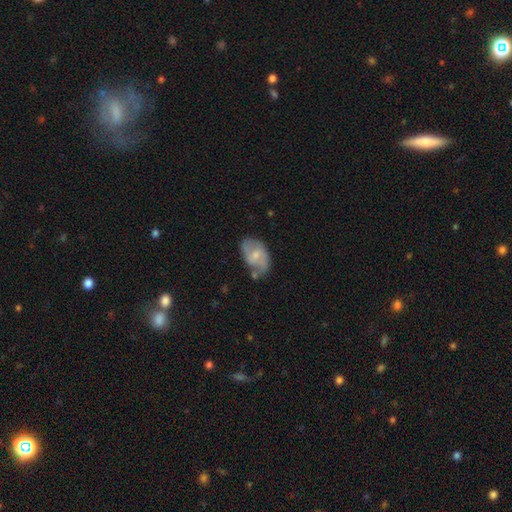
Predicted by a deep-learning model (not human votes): Smooth or featured? featured or disk (52%)
Edge-on disk? no (95%)
Merging? none (53%)